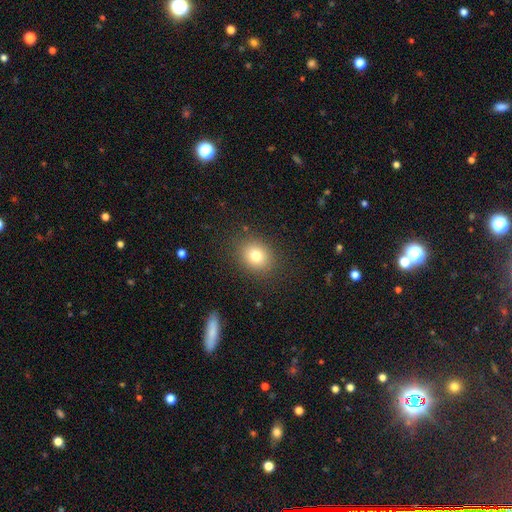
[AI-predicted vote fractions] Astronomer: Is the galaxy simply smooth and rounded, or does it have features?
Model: smooth — 78%.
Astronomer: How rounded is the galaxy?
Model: round — 68%.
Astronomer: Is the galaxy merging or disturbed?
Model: none — 87%.